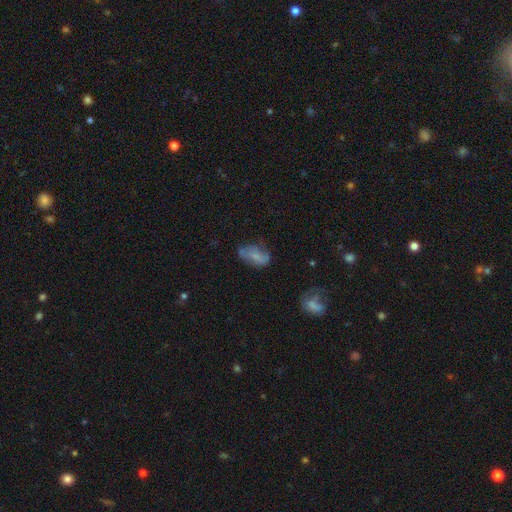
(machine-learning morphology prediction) Overall: smooth (57%; featured or disk 33%). How rounded: in between (89%). Merging: none (50%; minor disturbance 30%).